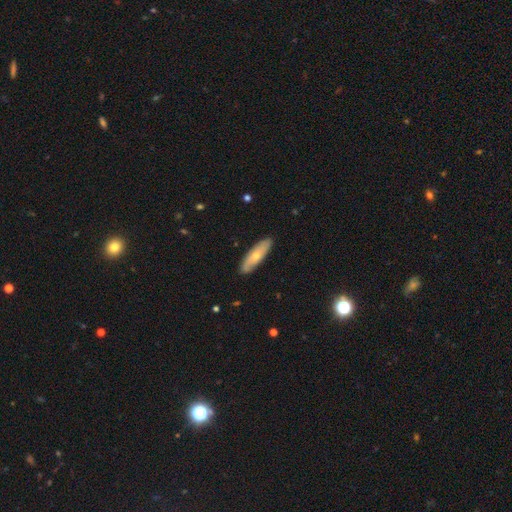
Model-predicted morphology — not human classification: smooth_or_featured: smooth (p=0.60) [alt: featured or disk p=0.34]
how_rounded: cigar-shaped (p=0.58) [alt: in between p=0.40]
merging: none (p=0.88) [alt: minor disturbance p=0.09]